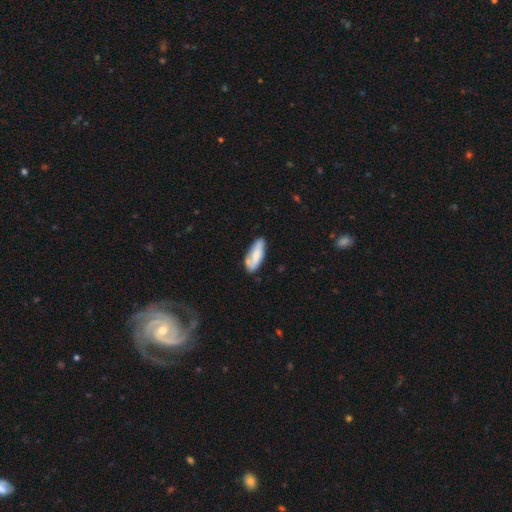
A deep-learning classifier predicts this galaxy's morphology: A smooth galaxy with no disk features (69%) that is in between round and cigar-shaped (70%). Merging: none (66%).